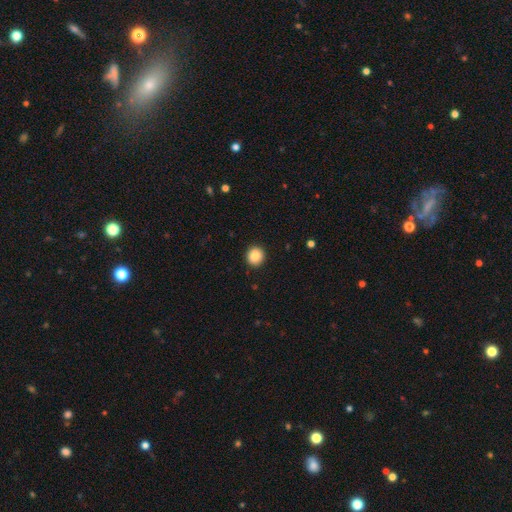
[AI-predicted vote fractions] Smooth or featured: smooth — 87% (star or artifact — 9%)
How rounded: round — 90% (in between — 9%)
Merging: none — 91% (minor disturbance — 6%)